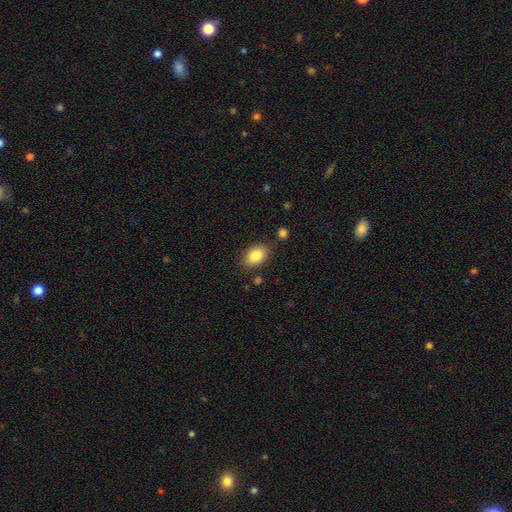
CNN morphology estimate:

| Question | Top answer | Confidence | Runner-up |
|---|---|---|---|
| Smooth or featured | smooth | 85% | star or artifact (8%) |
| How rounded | in between | 82% | round (17%) |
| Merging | none | 79% | minor disturbance (14%) |